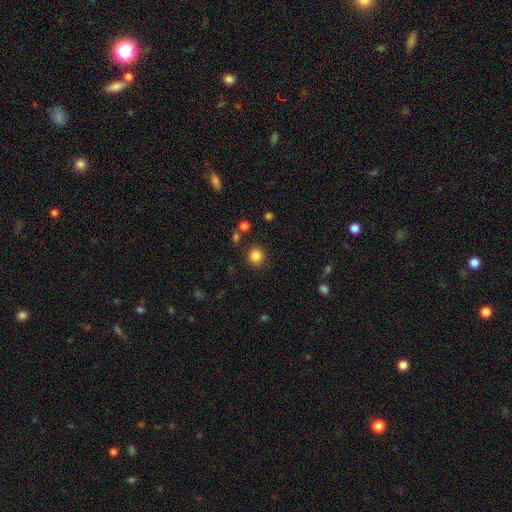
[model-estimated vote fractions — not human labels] smooth 85%, star or artifact 11%, featured or disk 4%. Down the decision tree: how rounded — round (91%); merging — none (88%).